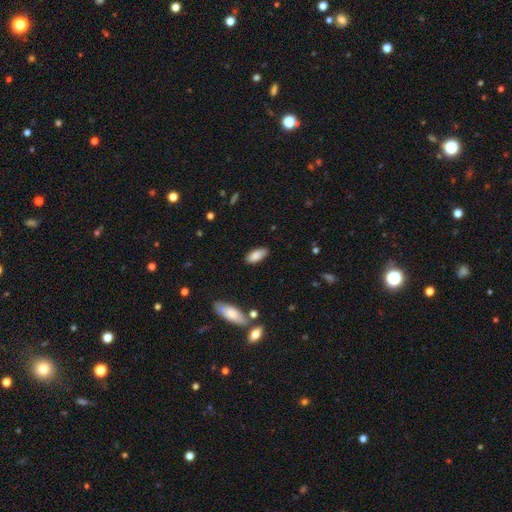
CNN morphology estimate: The model was most divided on "merging": none: 83%, minor disturbance: 13%, major disturbance: 3%, merger: 2%. More confident: smooth or featured — smooth (86%); how rounded — in between (86%).